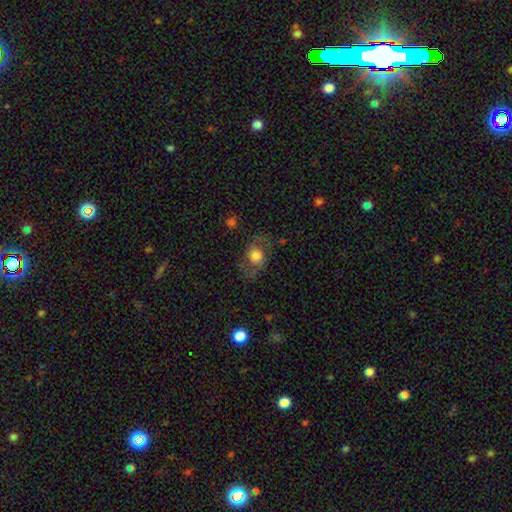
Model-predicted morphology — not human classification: Smooth or featured? smooth (51%)
How rounded? round (56%)
Merging? none (65%)